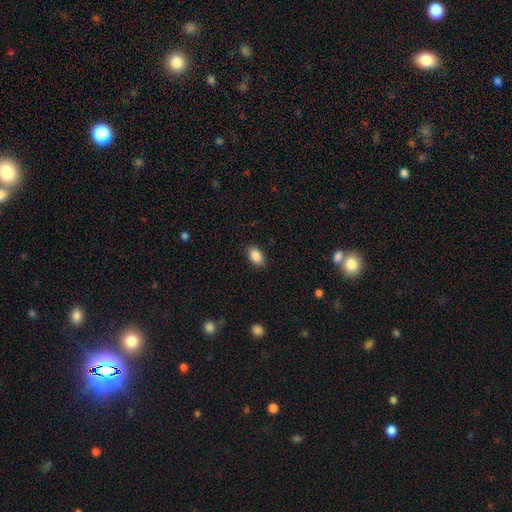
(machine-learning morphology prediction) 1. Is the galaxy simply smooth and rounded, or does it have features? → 88% smooth, 8% star or artifact, 4% featured or disk.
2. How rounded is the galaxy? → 91% in between, 6% round, 2% cigar-shaped.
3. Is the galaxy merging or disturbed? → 88% none, 9% minor disturbance, 2% major disturbance, 1% merger.